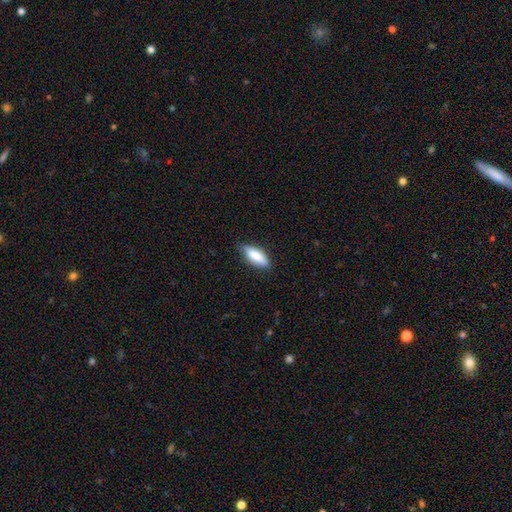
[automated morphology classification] smooth_or_featured: smooth (p=0.84) [alt: featured or disk p=0.10]
how_rounded: in between (p=0.68) [alt: cigar-shaped p=0.30]
merging: none (p=0.79) [alt: minor disturbance p=0.17]